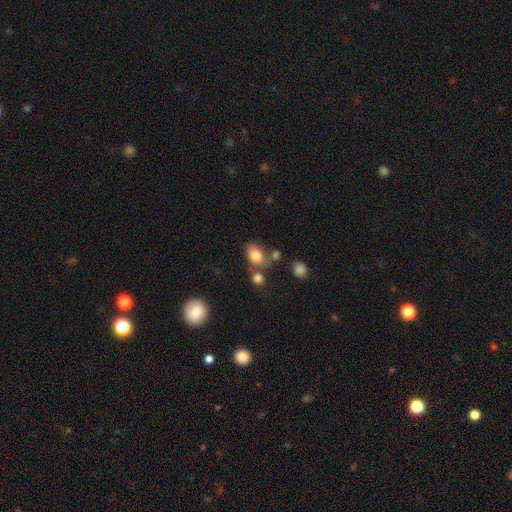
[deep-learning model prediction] smooth 81%, star or artifact 10%, featured or disk 9%. Down the decision tree: how rounded — in between (75%); merging — none (52%).